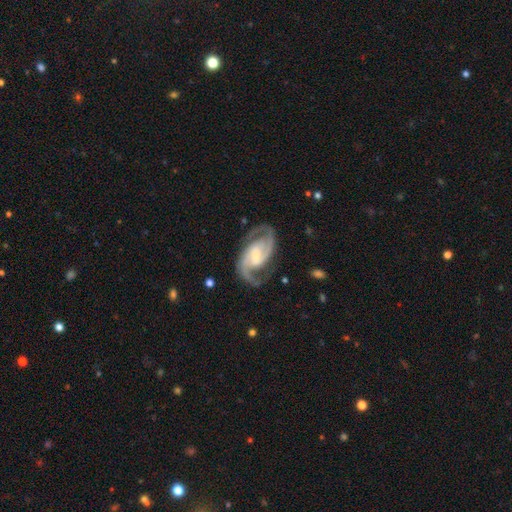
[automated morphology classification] Overall: featured or disk (93%). Edge-on disk: no (98%). Bar: weak (49%; no 27%). Spiral arms: yes (98%). Spiral arm count: 2 (92%). Spiral winding: medium (60%; tight 26%). Bulge size: small (55%; moderate 28%). Merging: none (78%).